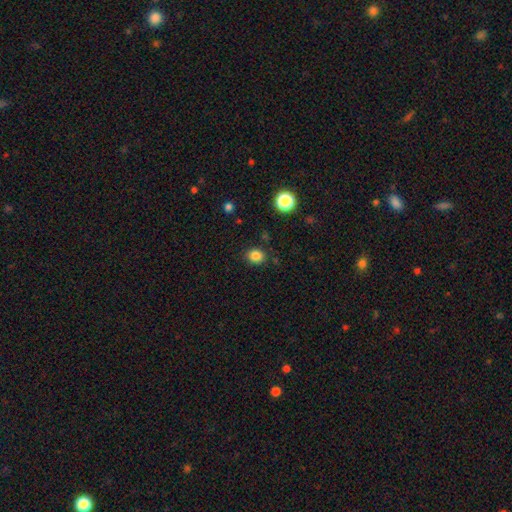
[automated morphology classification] smooth-or-featured: smooth: 84% | star or artifact: 12% | featured or disk: 4%
  how-rounded: round: 67% | in between: 32% | cigar-shaped: 1%
  merging: none: 86% | minor disturbance: 9% | major disturbance: 3% | merger: 2%